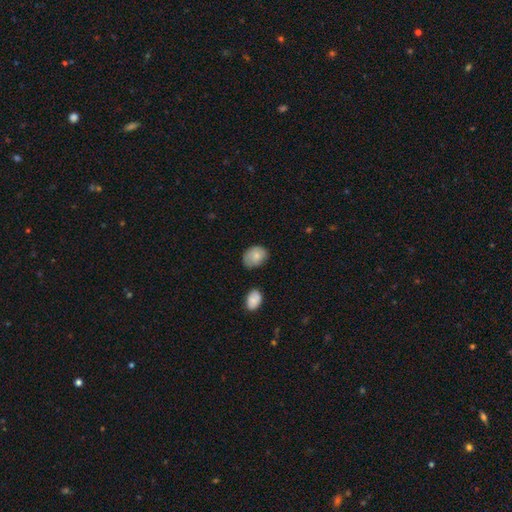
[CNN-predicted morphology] The model was most divided on "merging": none: 52%, minor disturbance: 35%, major disturbance: 9%, merger: 3%. More confident: smooth or featured — smooth (75%); how rounded — in between (65%).